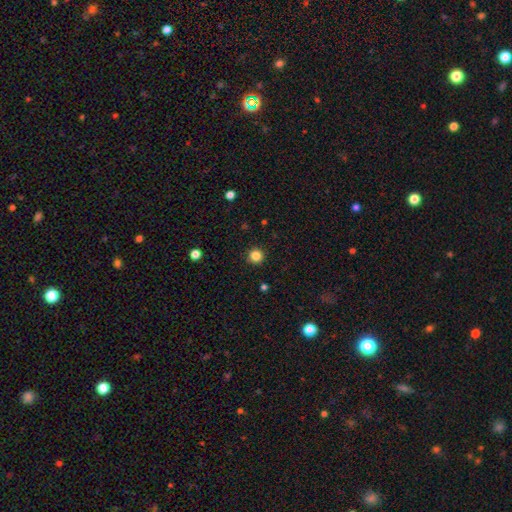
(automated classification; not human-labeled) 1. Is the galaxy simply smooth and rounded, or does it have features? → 84% smooth, 12% star or artifact, 4% featured or disk.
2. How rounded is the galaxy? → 96% round, 3% in between, 1% cigar-shaped.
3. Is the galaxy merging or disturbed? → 93% none, 5% minor disturbance, 2% major disturbance, 1% merger.